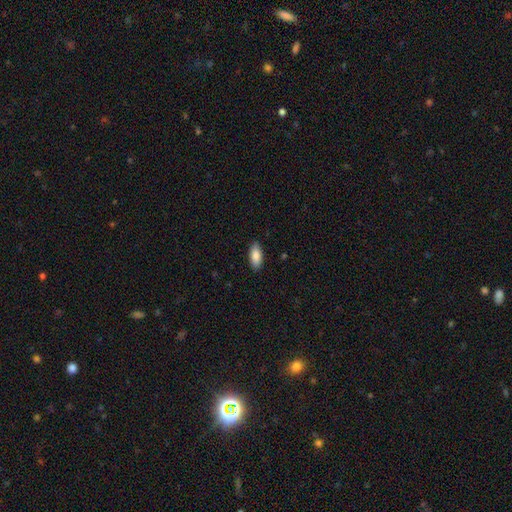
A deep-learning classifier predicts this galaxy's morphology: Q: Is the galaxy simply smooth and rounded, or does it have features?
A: smooth — 87%.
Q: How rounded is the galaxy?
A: in between — 86%.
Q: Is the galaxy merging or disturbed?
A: none — 89%.